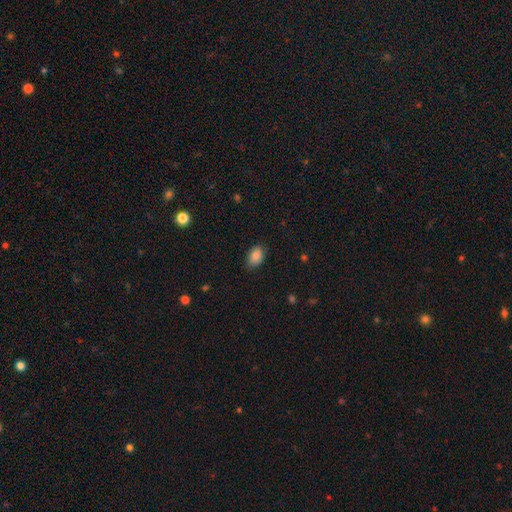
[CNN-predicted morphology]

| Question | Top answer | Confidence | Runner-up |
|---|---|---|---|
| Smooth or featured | smooth | 84% | star or artifact (8%) |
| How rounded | in between | 84% | round (15%) |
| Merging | none | 81% | minor disturbance (16%) |